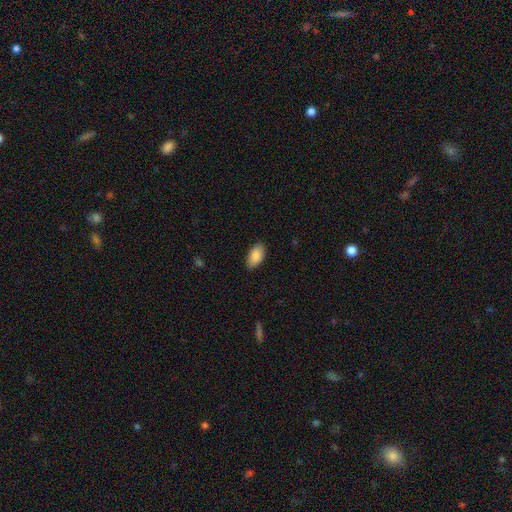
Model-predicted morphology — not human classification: smooth 89%, star or artifact 6%, featured or disk 5%. Down the decision tree: how rounded — in between (95%); merging — none (86%).